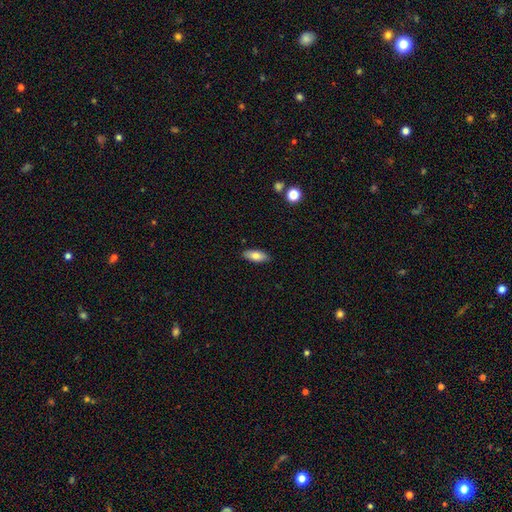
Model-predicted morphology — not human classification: Overall: smooth (80%). How rounded: in between (77%). Merging: none (88%).